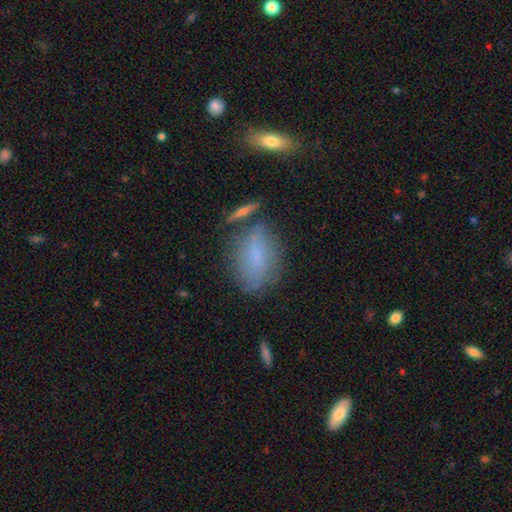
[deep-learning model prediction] A smooth galaxy with no disk features (68%) that is in between round and cigar-shaped (85%). Merging: none (63%).